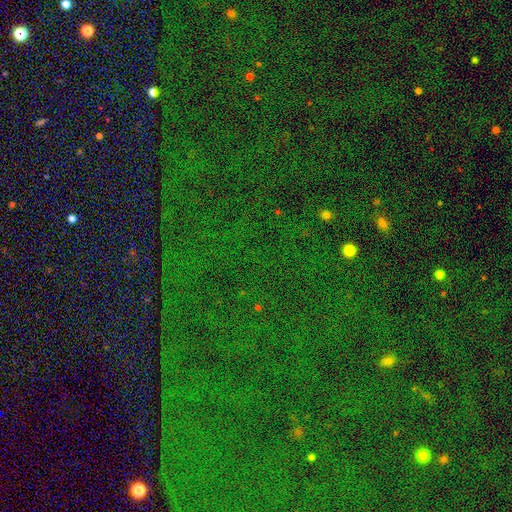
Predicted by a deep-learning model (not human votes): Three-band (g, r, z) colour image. It shows a star or artifact, not a galaxy (84%).